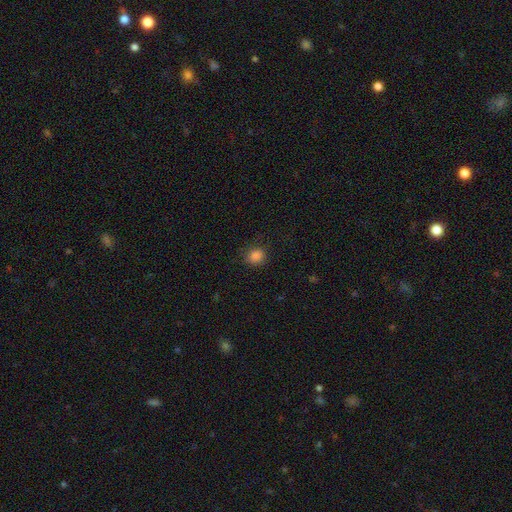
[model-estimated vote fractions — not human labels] A smooth galaxy with no disk features (85%) that is round (77%). Merging: none (83%).